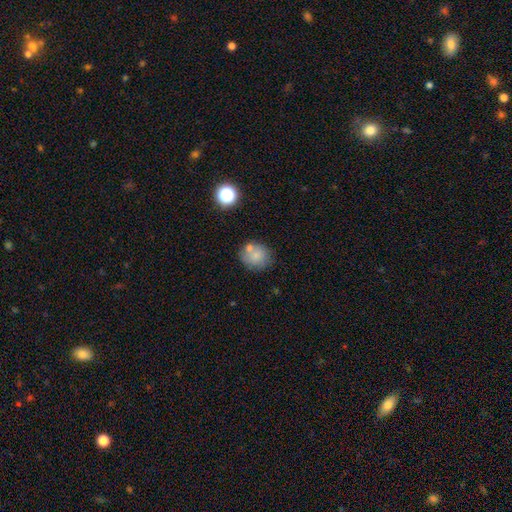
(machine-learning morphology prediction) smooth-or-featured: smooth: 76% | featured or disk: 13% | star or artifact: 11%
  how-rounded: round: 77% | in between: 22% | cigar-shaped: 1%
  merging: none: 62% | merger: 17% | minor disturbance: 16% | major disturbance: 6%